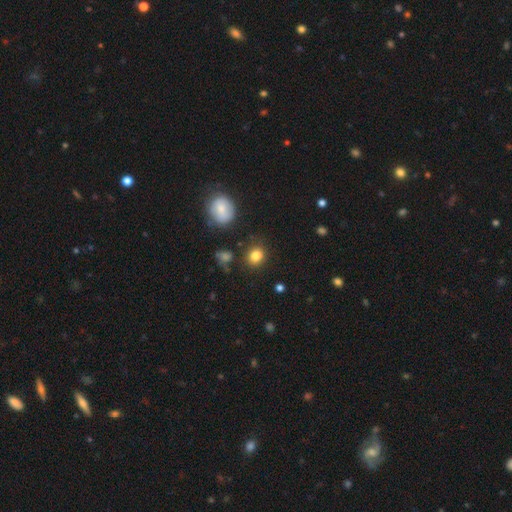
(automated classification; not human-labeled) Smooth or featured? smooth (83%)
How rounded? round (70%)
Merging? none (82%)